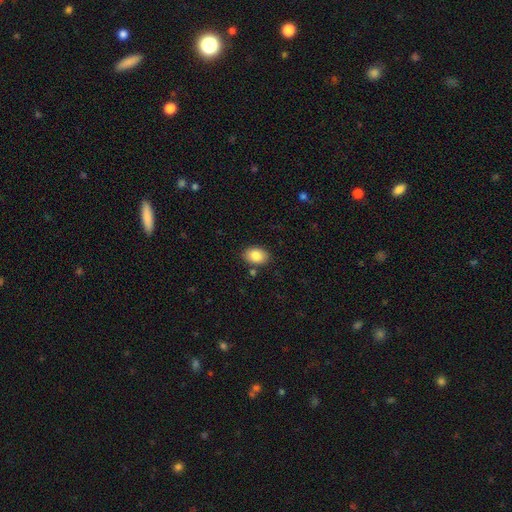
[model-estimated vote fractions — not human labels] This appears to be a smooth galaxy with no disk features (84%) that is in between round and cigar-shaped (81%). Merging: none (85%).